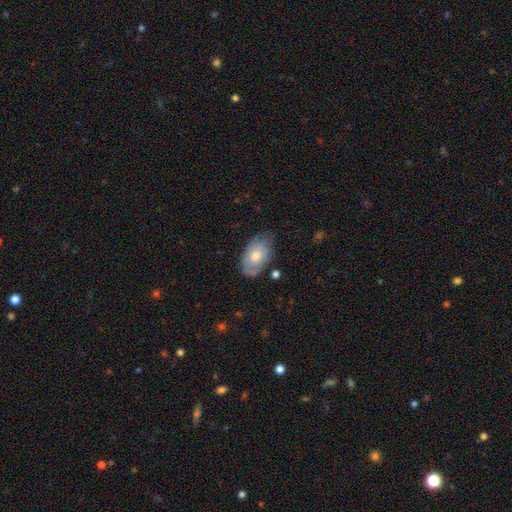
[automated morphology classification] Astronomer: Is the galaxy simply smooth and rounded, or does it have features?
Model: smooth — 56% (runner-up: featured or disk, 37%).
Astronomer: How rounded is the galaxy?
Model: in between — 91%.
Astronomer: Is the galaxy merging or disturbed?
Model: none — 66%.